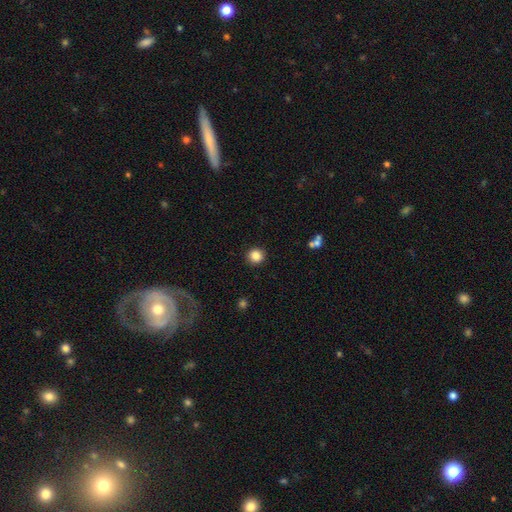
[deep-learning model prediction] This appears to be a smooth galaxy with no disk features (86%) that is round (93%). Merging: none (92%).